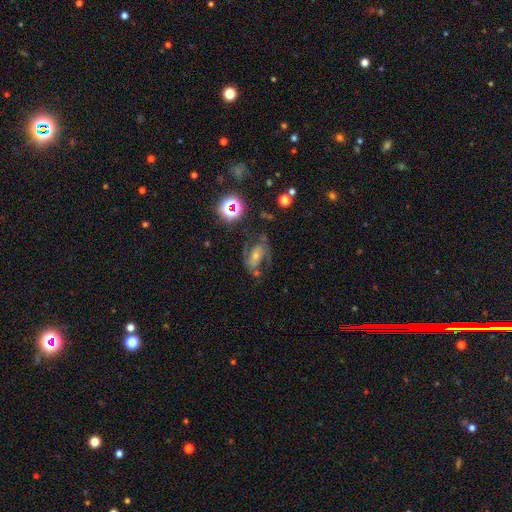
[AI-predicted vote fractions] Smooth or featured: featured or disk — 60% (star or artifact — 21%)
Edge-on disk: no — 95% (yes — 5%)
Bar: no — 41% (weak — 36%)
Spiral arms: yes — 80% (no — 20%)
Bulge size: small — 48% (moderate — 41%)
Merging: none — 57% (minor disturbance — 20%)